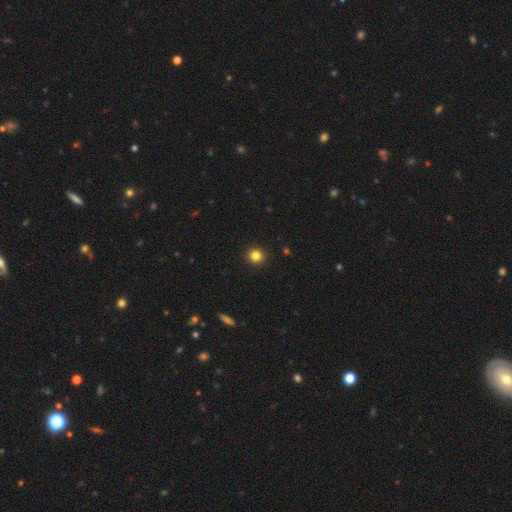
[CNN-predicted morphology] Overall: smooth (83%). How rounded: round (94%). Merging: none (93%).